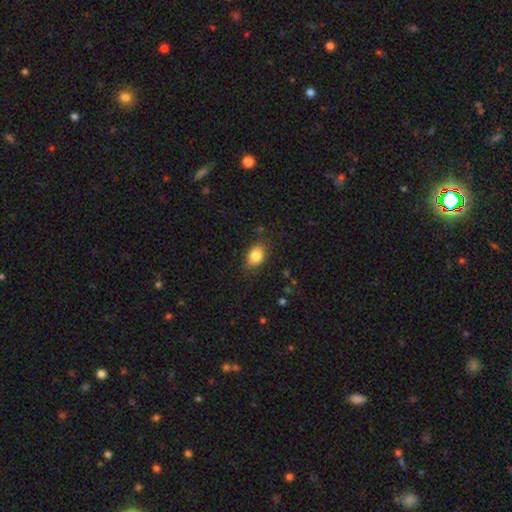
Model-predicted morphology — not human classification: Smooth or featured? smooth (83%)
How rounded? in between (72%)
Merging? none (80%)